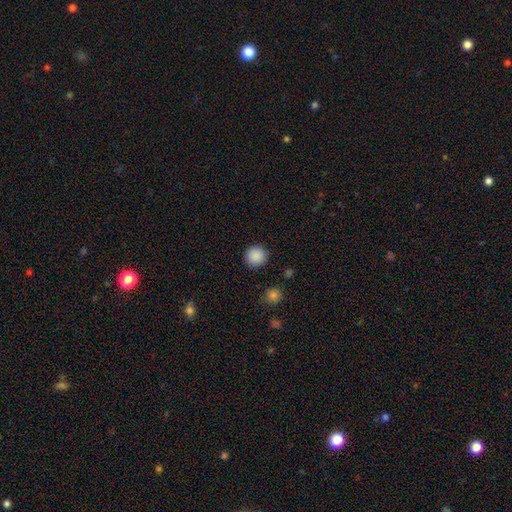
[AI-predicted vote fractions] The model was most divided on "smooth or featured": smooth: 88%, star or artifact: 9%, featured or disk: 3%. More confident: how rounded — round (94%); merging — none (91%).